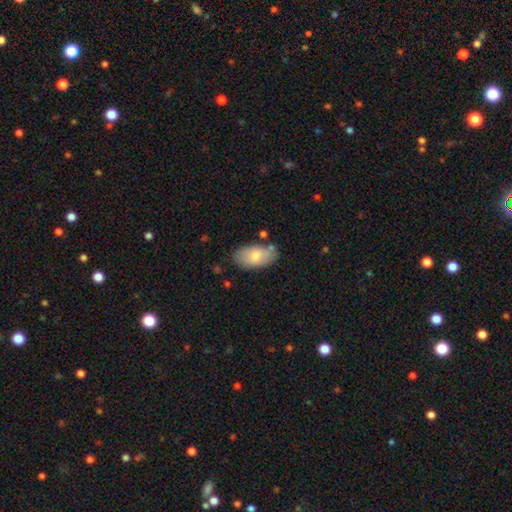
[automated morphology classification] The model was most divided on "merging": none: 73%, minor disturbance: 18%, merger: 6%, major disturbance: 4%. More confident: how rounded — in between (95%); smooth or featured — smooth (76%).